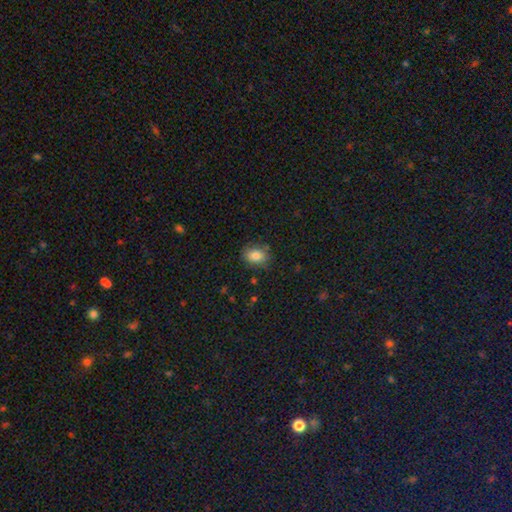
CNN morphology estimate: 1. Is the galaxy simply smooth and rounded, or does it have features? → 83% smooth, 9% star or artifact, 8% featured or disk.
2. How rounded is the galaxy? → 69% in between, 29% round, 1% cigar-shaped.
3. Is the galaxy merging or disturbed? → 81% none, 14% minor disturbance, 3% major disturbance, 2% merger.